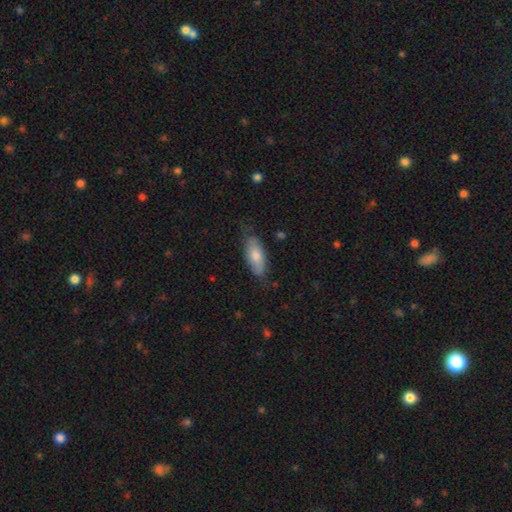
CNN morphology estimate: Smooth or featured?
  - smooth: 75% *
  - featured or disk: 19%
  - star or artifact: 6%
How rounded?
  - in between: 81% *
  - cigar-shaped: 17%
  - round: 2%
Merging?
  - none: 67% *
  - minor disturbance: 26%
  - major disturbance: 6%
  - merger: 1%